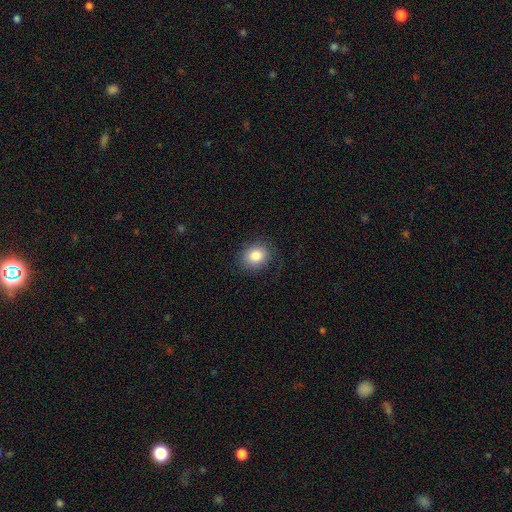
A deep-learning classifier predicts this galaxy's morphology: The model was most divided on "how rounded": round: 64%, in between: 36%, cigar-shaped: 1%. More confident: merging — none (84%); smooth or featured — smooth (84%).